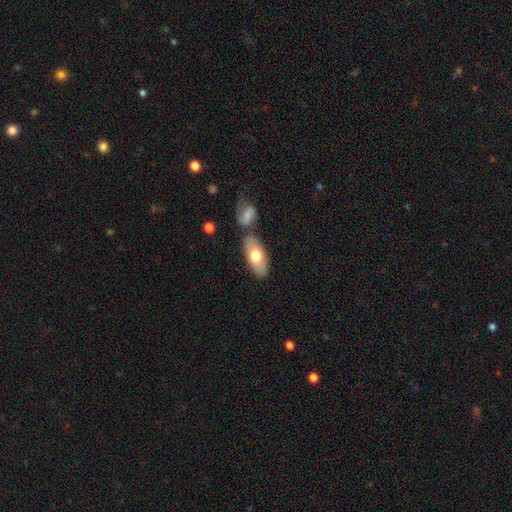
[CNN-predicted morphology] The model was most divided on "smooth or featured": smooth: 67%, featured or disk: 28%, star or artifact: 5%. More confident: how rounded — in between (88%); merging — none (72%).